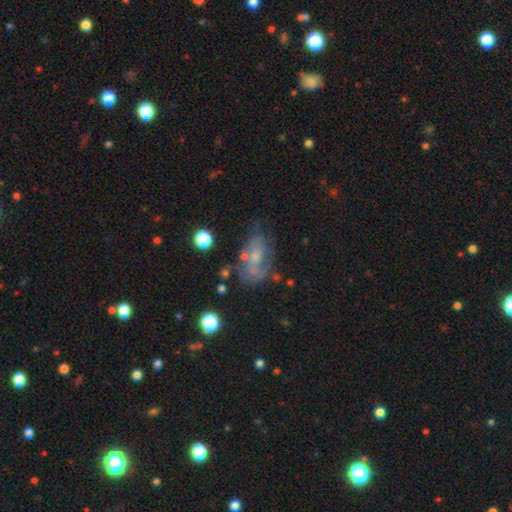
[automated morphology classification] Smooth or featured? featured or disk (49%)
Merging? none (50%)